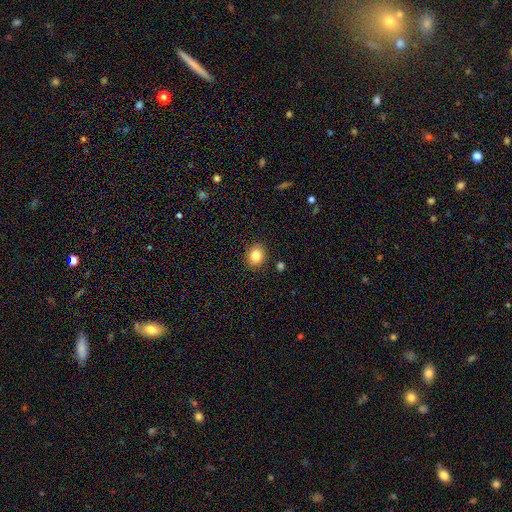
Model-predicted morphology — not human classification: Q: Smooth or featured?
A: smooth (83%); runner-up: star or artifact (10%)
Q: How rounded?
A: round (66%); runner-up: in between (33%)
Q: Merging?
A: none (88%); runner-up: minor disturbance (8%)